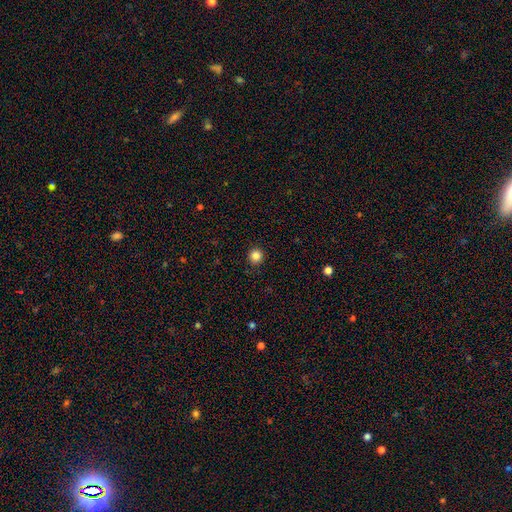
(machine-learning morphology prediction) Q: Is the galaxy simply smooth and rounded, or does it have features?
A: smooth — 85%.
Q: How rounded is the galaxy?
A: round — 95%.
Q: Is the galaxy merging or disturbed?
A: none — 92%.